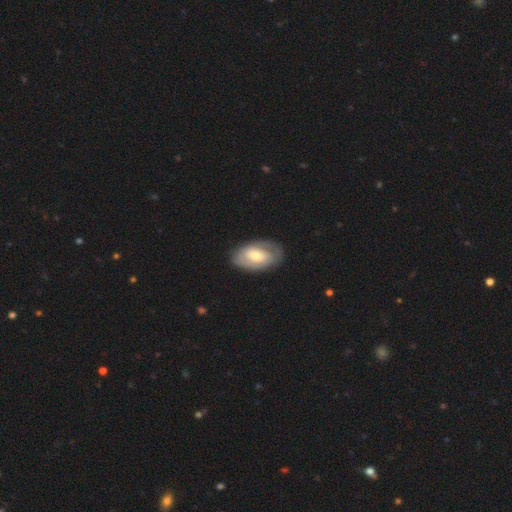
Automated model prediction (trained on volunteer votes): Smooth or featured? Predicted: featured or disk (p=0.51). Edge-on disk? Predicted: no (p=0.92). Merging? Predicted: none (p=0.78).